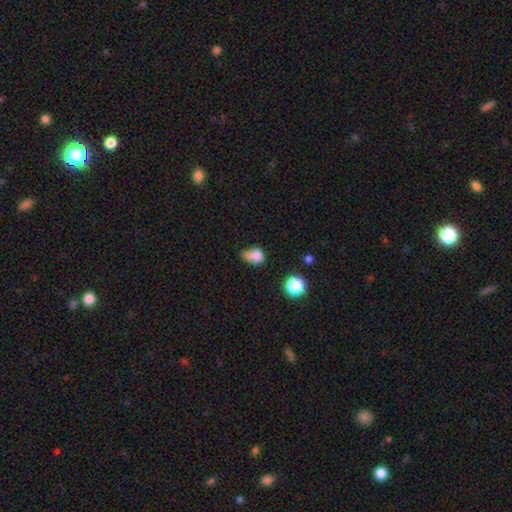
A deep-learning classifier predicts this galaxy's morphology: Smooth or featured? smooth (75%)
How rounded? in between (64%)
Merging? minor disturbance (32%)